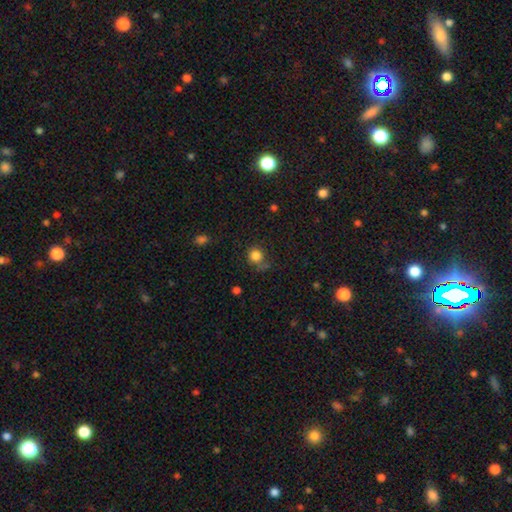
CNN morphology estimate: A smooth galaxy with no disk features (83%) that is round (87%). Merging: none (60%).